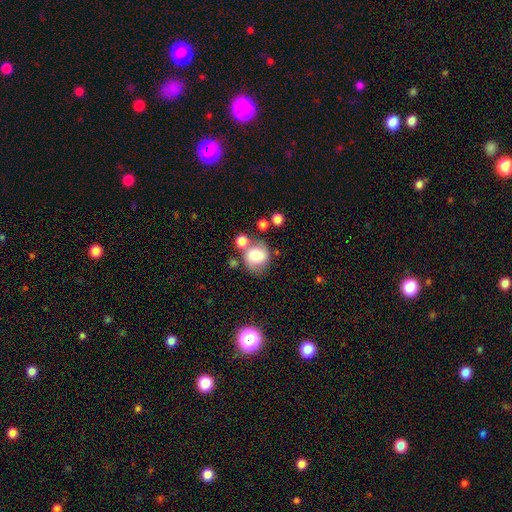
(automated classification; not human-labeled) Q: Smooth or featured?
A: smooth (69%); runner-up: featured or disk (21%)
Q: How rounded?
A: round (74%); runner-up: in between (25%)
Q: Merging?
A: none (50%); runner-up: merger (23%)